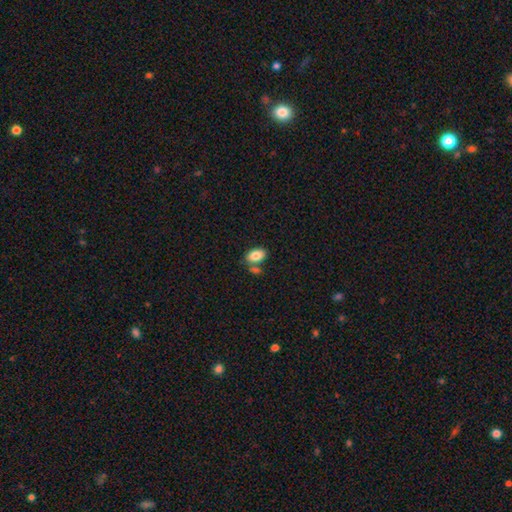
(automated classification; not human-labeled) Smooth or featured?
  - smooth: 84% *
  - featured or disk: 9%
  - star or artifact: 7%
How rounded?
  - in between: 90% *
  - round: 9%
  - cigar-shaped: 1%
Merging?
  - none: 58% *
  - merger: 26%
  - minor disturbance: 12%
  - major disturbance: 4%